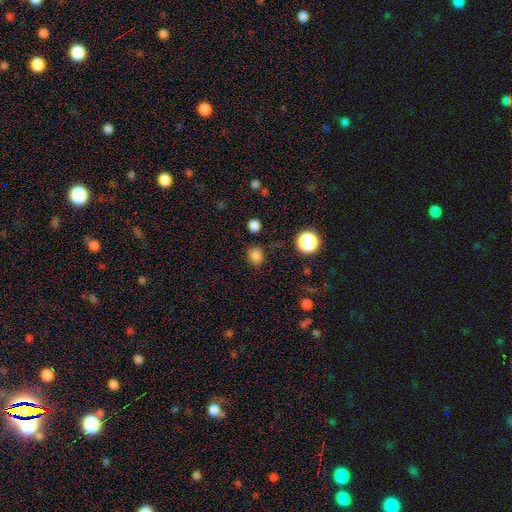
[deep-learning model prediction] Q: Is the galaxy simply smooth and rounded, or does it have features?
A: smooth — 82%.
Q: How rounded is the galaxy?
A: round — 70%.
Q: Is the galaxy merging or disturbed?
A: none — 84%.